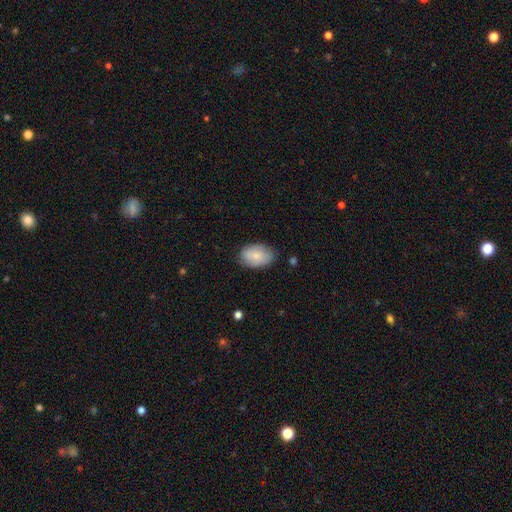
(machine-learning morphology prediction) Smooth or featured: smooth — 79% (featured or disk — 15%)
How rounded: in between — 89% (round — 10%)
Merging: none — 76% (minor disturbance — 19%)